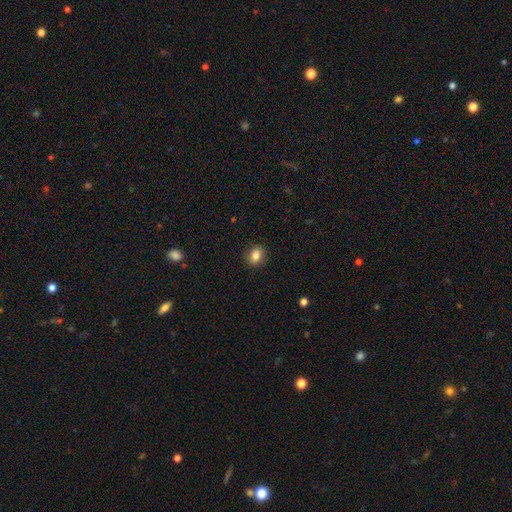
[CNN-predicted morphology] This appears to be a smooth galaxy with no disk features (83%) that is round (54%). Merging: none (90%).